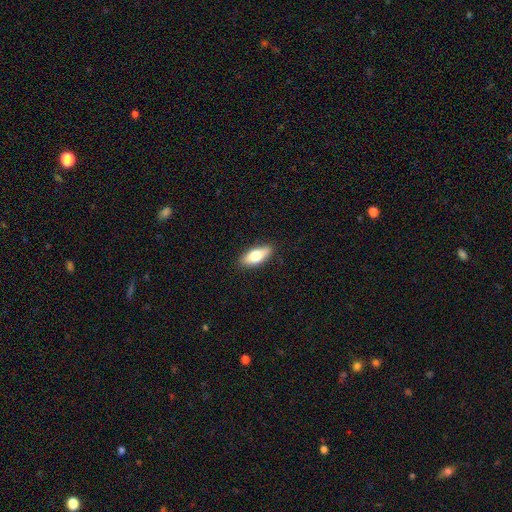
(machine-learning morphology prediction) This is likely a smooth galaxy (68%). How rounded: likely in between (72%). Merging: clearly none (87%).